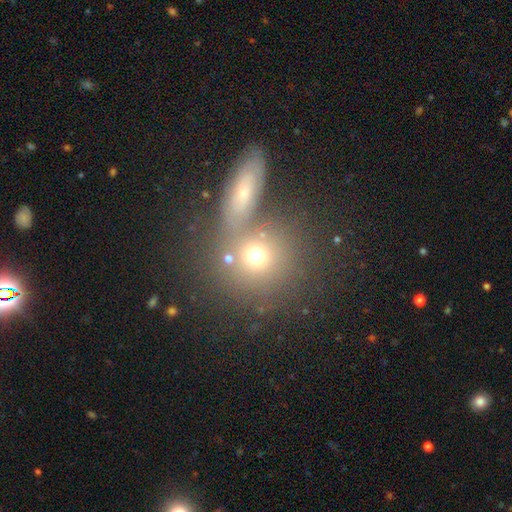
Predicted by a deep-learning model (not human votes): The model was most divided on "merging": none: 46%, merger: 38%, minor disturbance: 9%, major disturbance: 6%. More confident: how rounded — round (82%); smooth or featured — smooth (69%).